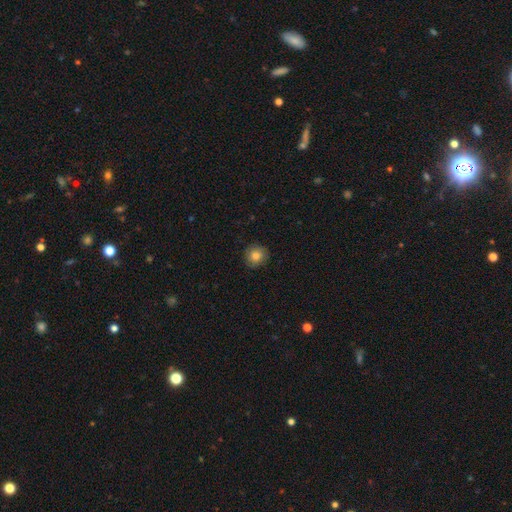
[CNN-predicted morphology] Q: Smooth or featured?
A: smooth (83%); runner-up: star or artifact (9%)
Q: How rounded?
A: round (89%); runner-up: in between (10%)
Q: Merging?
A: none (88%); runner-up: minor disturbance (9%)